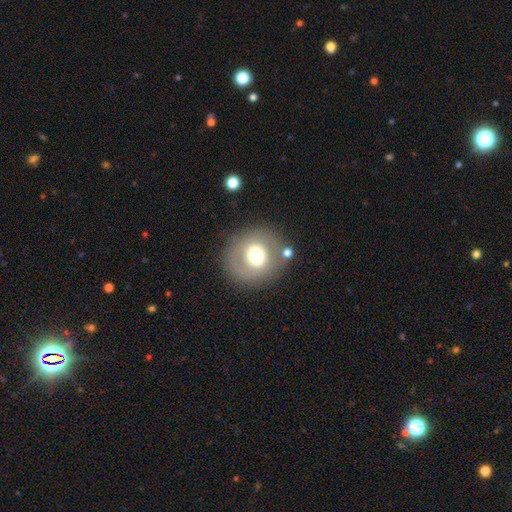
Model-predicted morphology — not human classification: Smooth or featured: smooth — 58% (featured or disk — 31%)
How rounded: round — 87% (in between — 12%)
Merging: none — 78% (minor disturbance — 11%)